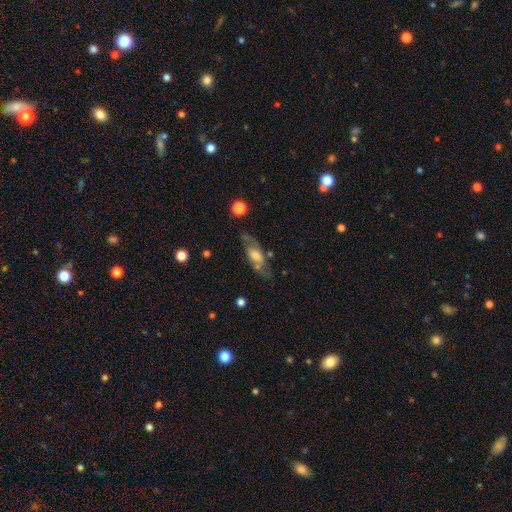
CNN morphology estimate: The model was most divided on "smooth or featured": featured or disk: 60%, smooth: 33%, star or artifact: 7%. More confident: edge-on disk — no (76%); merging — none (69%).